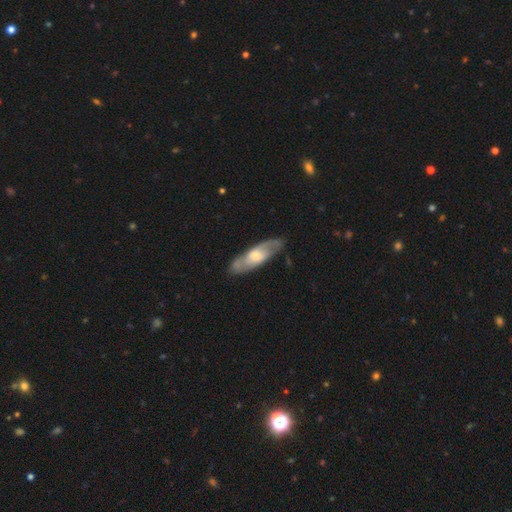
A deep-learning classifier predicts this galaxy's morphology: Q: Smooth or featured?
A: featured or disk (62%); runner-up: smooth (33%)
Q: Edge-on disk?
A: no (71%); runner-up: yes (29%)
Q: Merging?
A: none (80%); runner-up: minor disturbance (15%)